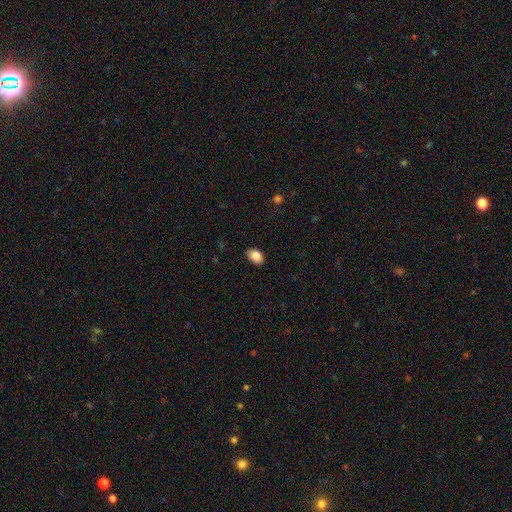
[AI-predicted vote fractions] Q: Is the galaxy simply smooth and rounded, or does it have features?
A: smooth — 88%.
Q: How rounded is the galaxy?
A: in between — 86%.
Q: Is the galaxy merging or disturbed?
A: none — 84%.